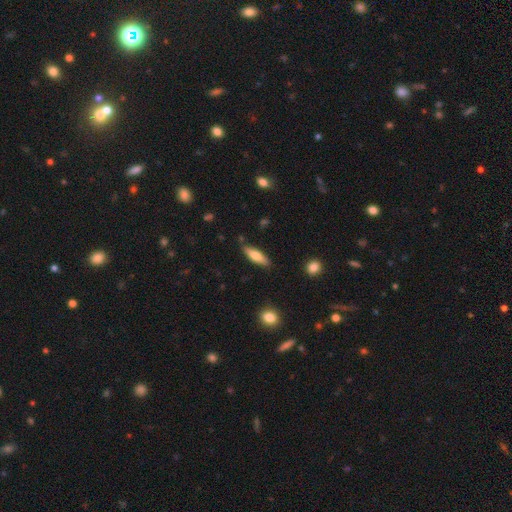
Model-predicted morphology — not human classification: Smooth or featured? smooth (71%)
How rounded? cigar-shaped (54%)
Merging? none (82%)